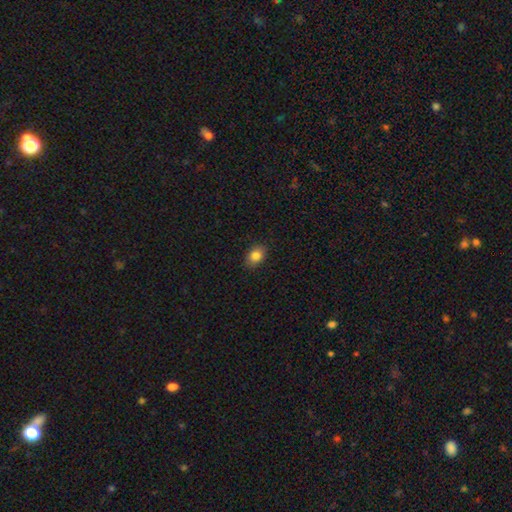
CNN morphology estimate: smooth 84%, star or artifact 9%, featured or disk 7%. Down the decision tree: how rounded — in between (79%); merging — none (88%).